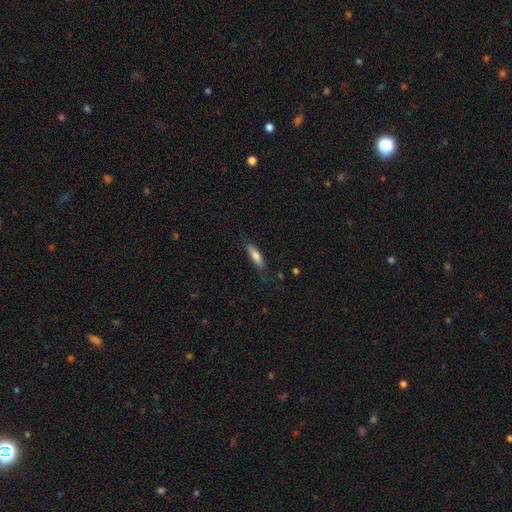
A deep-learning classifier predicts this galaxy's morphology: A smooth galaxy with no disk features (75%) that is cigar-shaped (62%). Merging: none (80%).